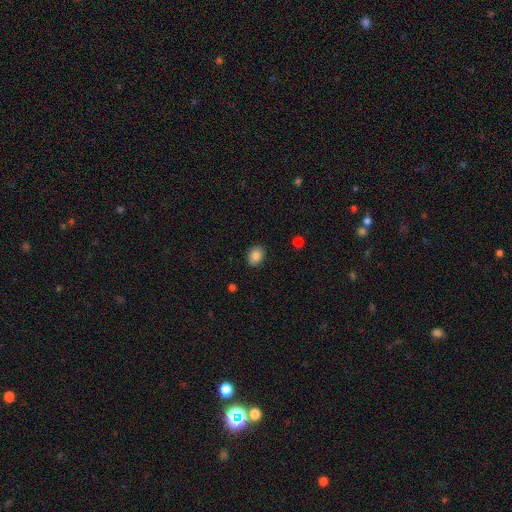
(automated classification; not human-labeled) Overall: smooth (84%). How rounded: in between (51%; round 48%). Merging: none (89%).